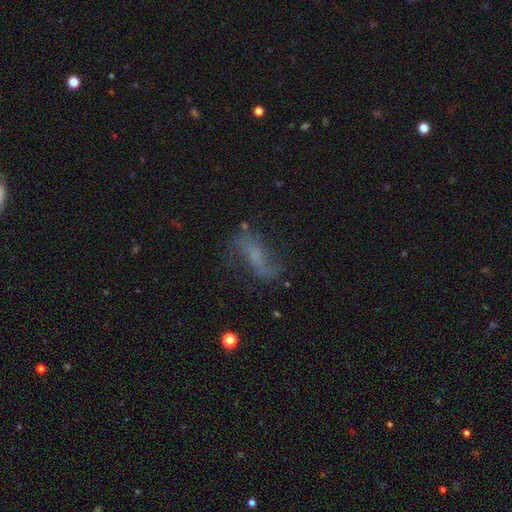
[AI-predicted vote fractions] A featured or disk galaxy (67%) with no bar (41%), 2 (86%) loose (77%) spiral arms (85%) and no central bulge (56%).

Vote fractions:
- Smooth or featured? featured or disk: 67% / smooth: 20% / star or artifact: 13%
- Edge-on disk? no: 92% / yes: 8%
- Bar? no: 41% / weak: 36% / strong: 23%
- Spiral arms? yes: 85% / no: 15%
- Spiral winding? loose: 77% / medium: 18% / tight: 5%
- Spiral arm count? 2: 86% / can't tell: 6% / 1: 5% / 3: 1% / 4: 1% / more than 4: 1%
- Bulge size? none: 56% / small: 27% / moderate: 12% / large: 4% / dominant: 2%
- Merging? none: 61% / minor disturbance: 19% / major disturbance: 17% / merger: 3%